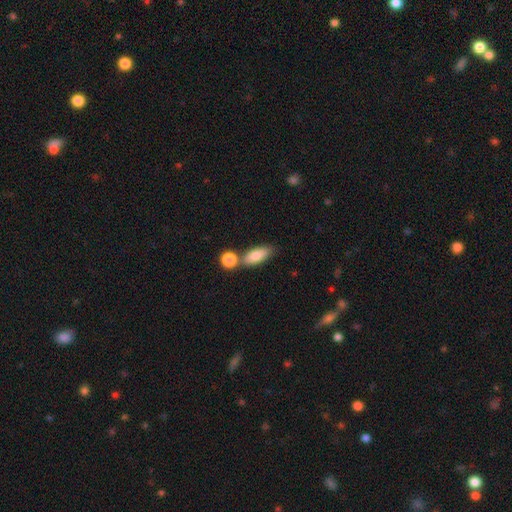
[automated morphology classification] Smooth or featured: smooth — 81% (featured or disk — 12%)
How rounded: in between — 76% (cigar-shaped — 19%)
Merging: none — 53% (merger — 30%)